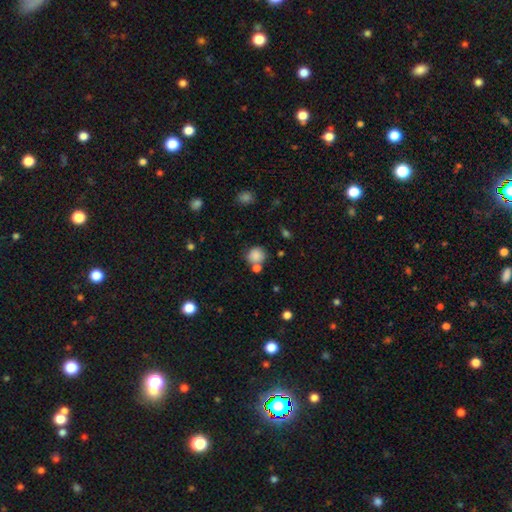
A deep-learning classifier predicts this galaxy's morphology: Smooth or featured?
  - smooth: 84% *
  - star or artifact: 10%
  - featured or disk: 6%
How rounded?
  - round: 83% *
  - in between: 16%
  - cigar-shaped: 1%
Merging?
  - none: 61% *
  - merger: 21%
  - minor disturbance: 13%
  - major disturbance: 5%